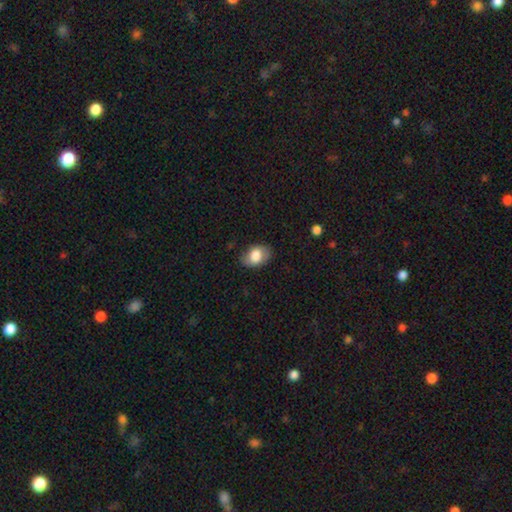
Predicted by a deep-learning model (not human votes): Morphology: type=smooth (75%); roundness=in between (83%); merging=none (75%).